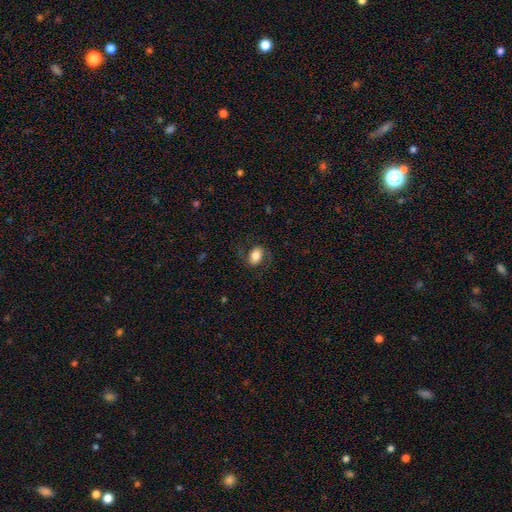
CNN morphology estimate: smooth_or_featured: smooth (p=0.62) [alt: featured or disk p=0.30]
how_rounded: in between (p=0.77) [alt: round p=0.21]
merging: none (p=0.72) [alt: minor disturbance p=0.16]